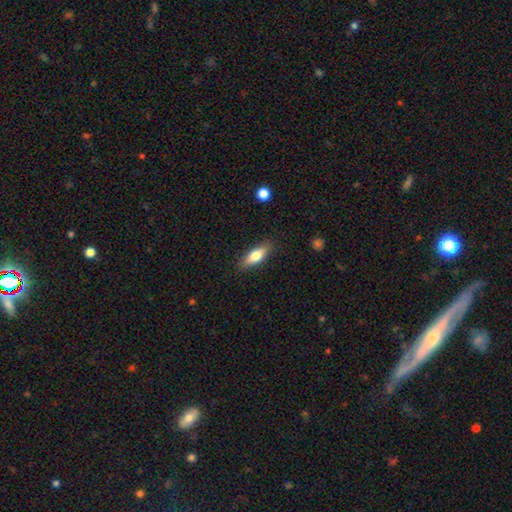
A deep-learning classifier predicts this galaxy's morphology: A smooth galaxy with no disk features (72%) that is in between round and cigar-shaped (64%). Merging: none (86%).